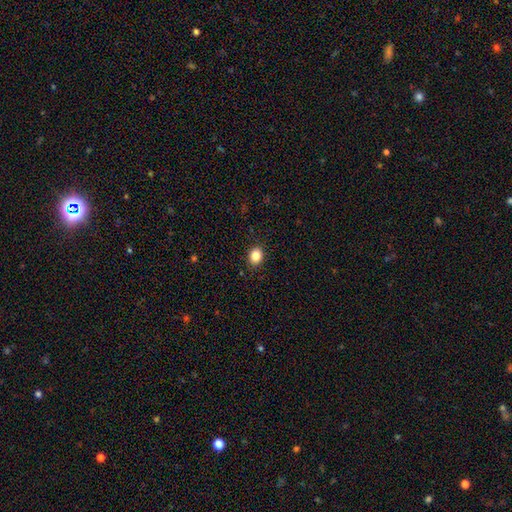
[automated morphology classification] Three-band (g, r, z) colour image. It shows a smooth galaxy with no disk features (85%) that is round (58%). Merging: none (89%).